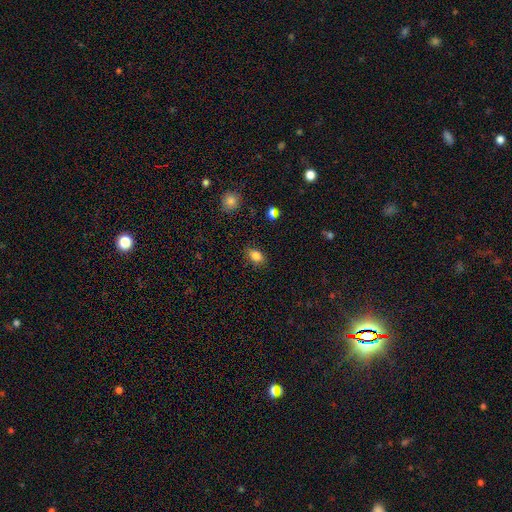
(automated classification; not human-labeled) Smooth or featured? smooth (83%)
How rounded? in between (82%)
Merging? none (85%)